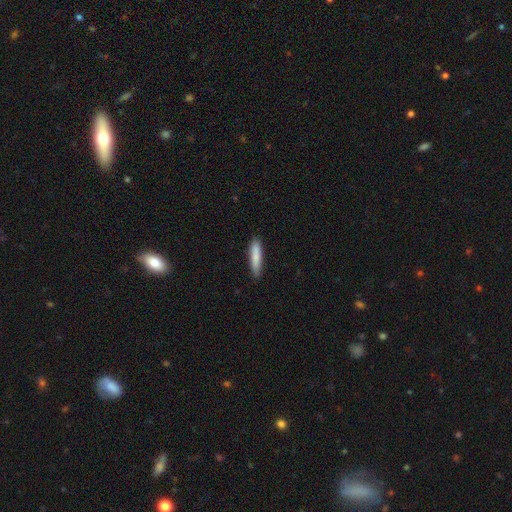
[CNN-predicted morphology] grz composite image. It shows a smooth galaxy with no disk features (83%) that is cigar-shaped (85%). Merging: none (85%).